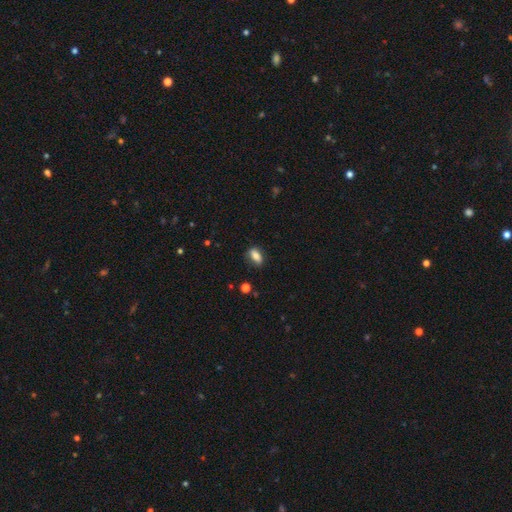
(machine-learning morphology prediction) Smooth or featured?
  - smooth: 78% *
  - featured or disk: 13%
  - star or artifact: 9%
How rounded?
  - in between: 79% *
  - cigar-shaped: 13%
  - round: 8%
Merging?
  - none: 78% *
  - minor disturbance: 16%
  - major disturbance: 4%
  - merger: 2%